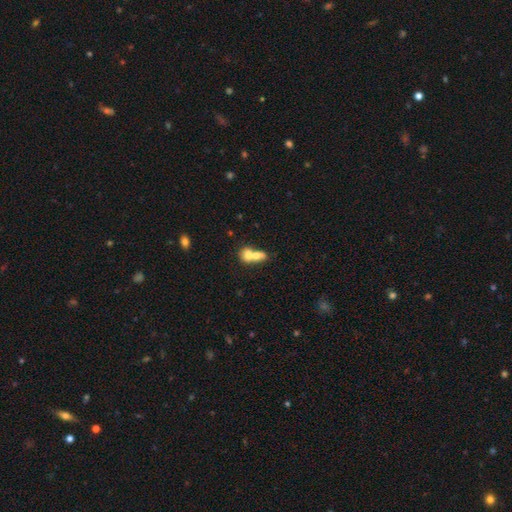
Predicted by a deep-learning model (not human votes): A smooth galaxy with no disk features (67%) that is in between round and cigar-shaped (55%). Merging: merger (74%).